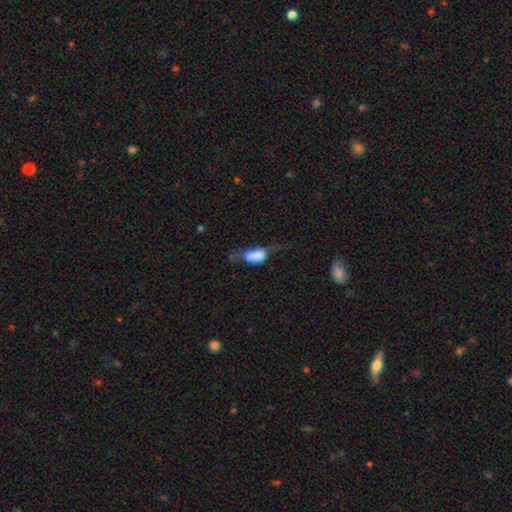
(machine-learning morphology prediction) This is likely a smooth galaxy (61%). How rounded: clearly in between (82%). Merging: marginally major disturbance (39%).